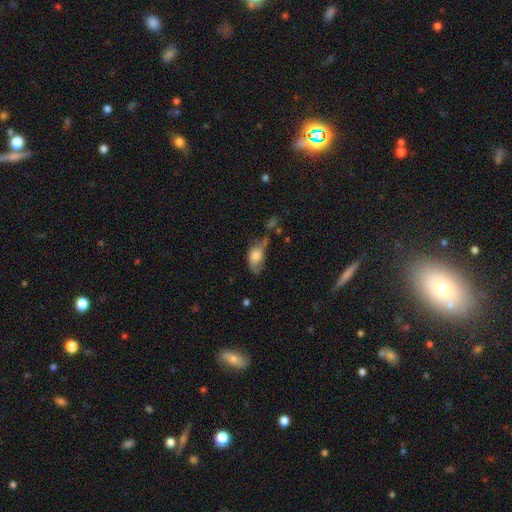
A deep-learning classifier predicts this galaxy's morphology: smooth-or-featured: smooth: 68% | featured or disk: 24% | star or artifact: 8%
  how-rounded: in between: 88% | round: 8% | cigar-shaped: 4%
  merging: minor disturbance: 34% | none: 31% | major disturbance: 25% | merger: 10%